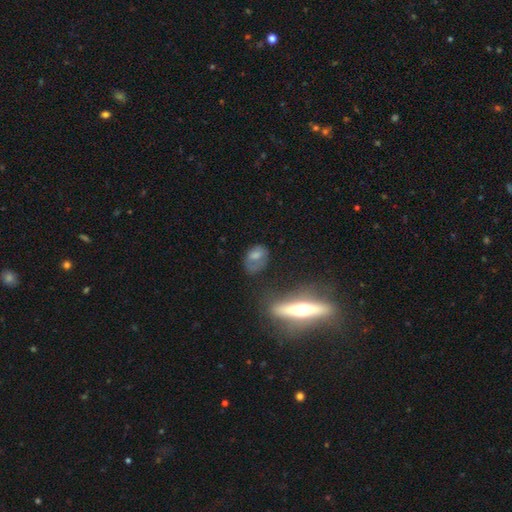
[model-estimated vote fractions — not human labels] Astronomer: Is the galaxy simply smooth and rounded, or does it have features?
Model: smooth — 62%.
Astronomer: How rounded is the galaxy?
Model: in between — 78%.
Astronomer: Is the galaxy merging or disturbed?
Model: none — 47% (runner-up: minor disturbance, 26%).